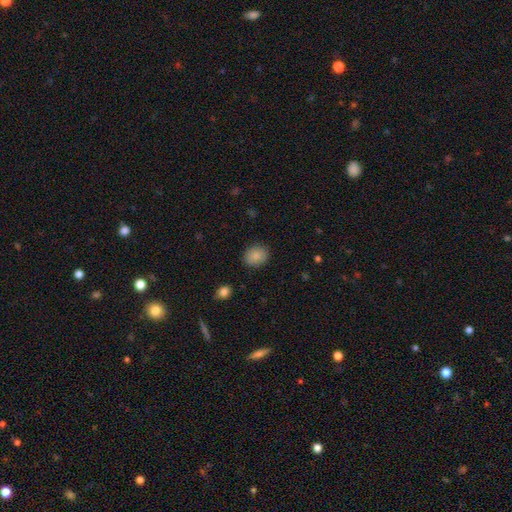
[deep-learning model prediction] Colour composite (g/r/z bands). It shows a smooth galaxy with no disk features (87%) that is round (60%). Merging: none (88%).